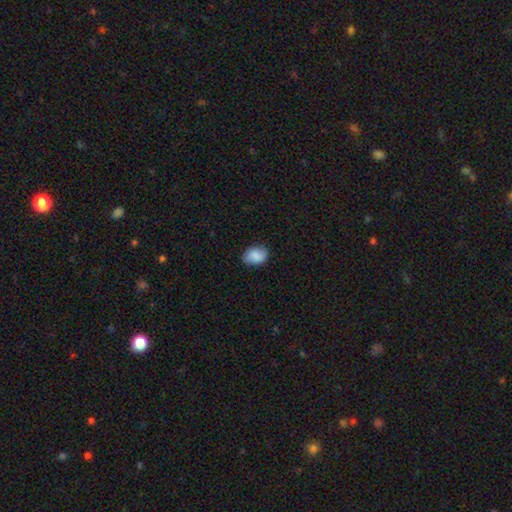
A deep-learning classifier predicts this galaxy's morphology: smooth 81%, featured or disk 11%, star or artifact 7%. Down the decision tree: how rounded — in between (75%); merging — none (80%).